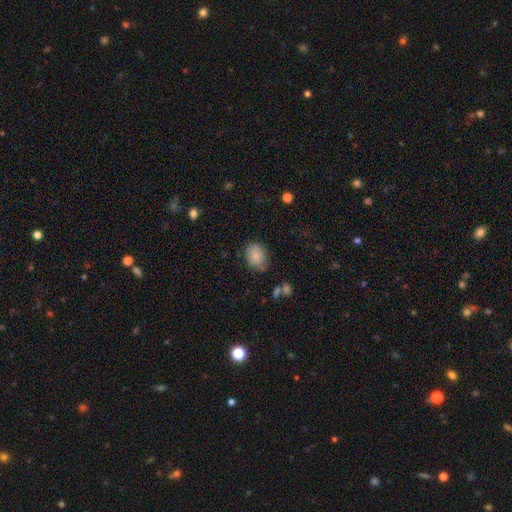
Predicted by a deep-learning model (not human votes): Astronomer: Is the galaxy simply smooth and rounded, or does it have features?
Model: smooth — 83%.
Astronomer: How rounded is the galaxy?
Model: in between — 64%.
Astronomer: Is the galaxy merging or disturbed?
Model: none — 75%.